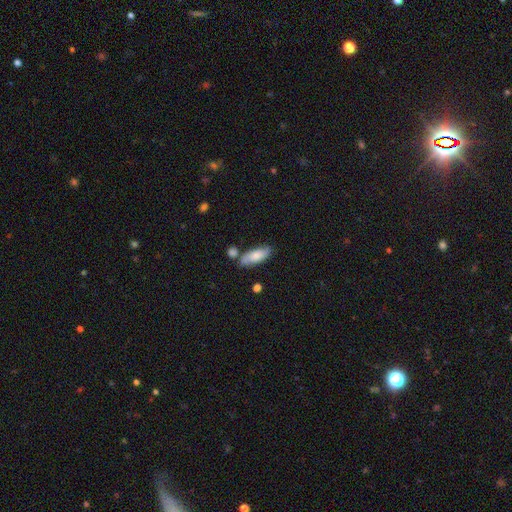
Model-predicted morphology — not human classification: The model was most divided on "how rounded": in between: 71%, cigar-shaped: 26%, round: 2%. More confident: smooth or featured — smooth (72%); merging — none (67%).